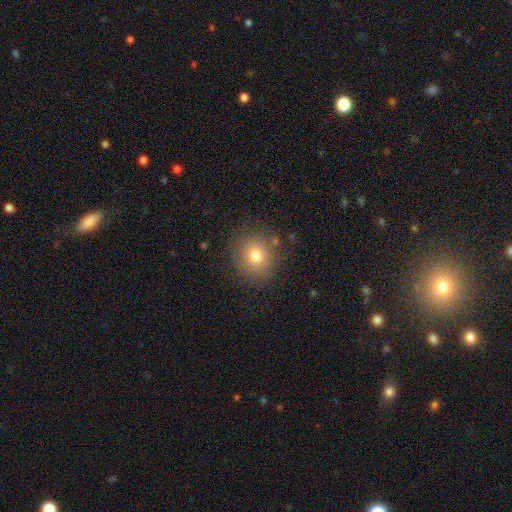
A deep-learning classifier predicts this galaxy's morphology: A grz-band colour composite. It shows a smooth galaxy with no disk features (76%) that is round (87%). Merging: none (83%).